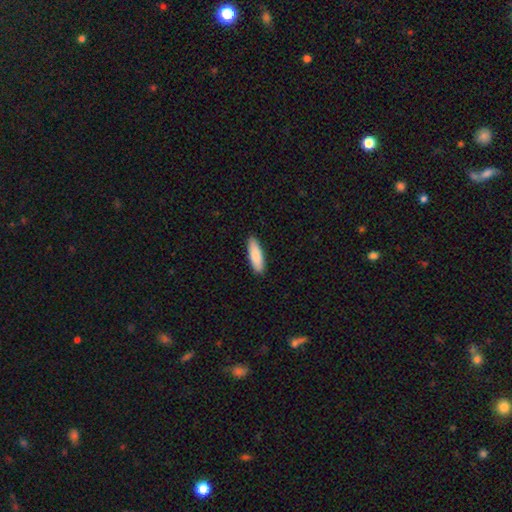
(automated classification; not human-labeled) Smooth or featured? Predicted: smooth (p=0.84). How rounded? Predicted: in between (p=0.51). Merging? Predicted: none (p=0.89).